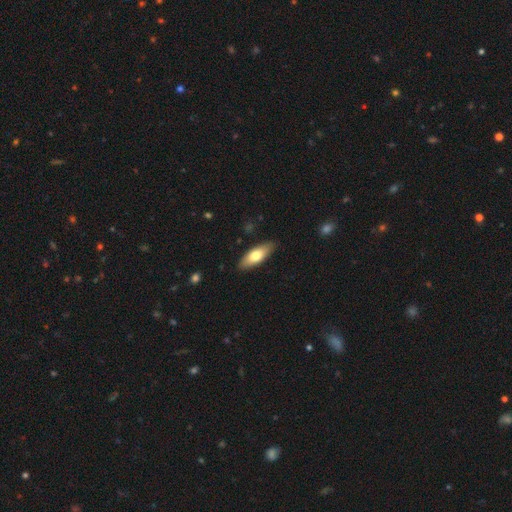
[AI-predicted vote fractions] smooth_or_featured: smooth (p=0.70) [alt: featured or disk p=0.25]
how_rounded: in between (p=0.68) [alt: cigar-shaped p=0.30]
merging: none (p=0.87) [alt: minor disturbance p=0.10]